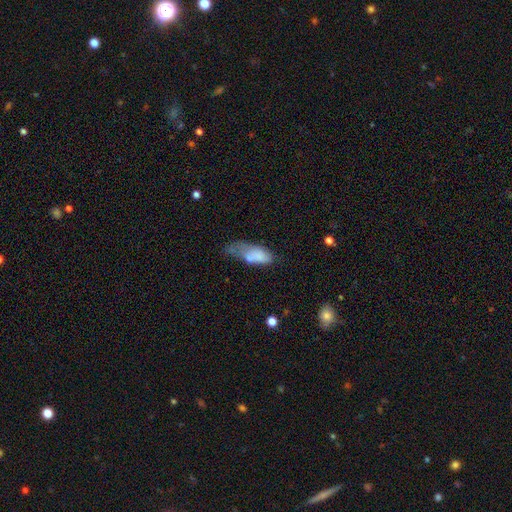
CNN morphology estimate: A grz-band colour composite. It shows a smooth galaxy with no disk features (69%) that is in between round and cigar-shaped (80%). Merging: major disturbance (36%).